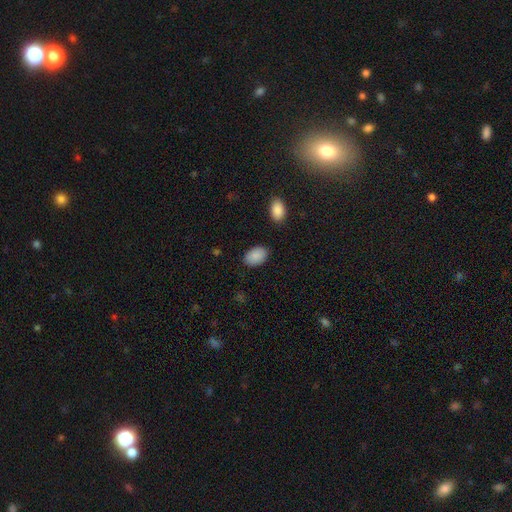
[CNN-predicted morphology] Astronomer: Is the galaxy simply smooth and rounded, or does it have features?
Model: smooth — 89%.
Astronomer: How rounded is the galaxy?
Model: in between — 91%.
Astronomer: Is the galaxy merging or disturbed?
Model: none — 86%.